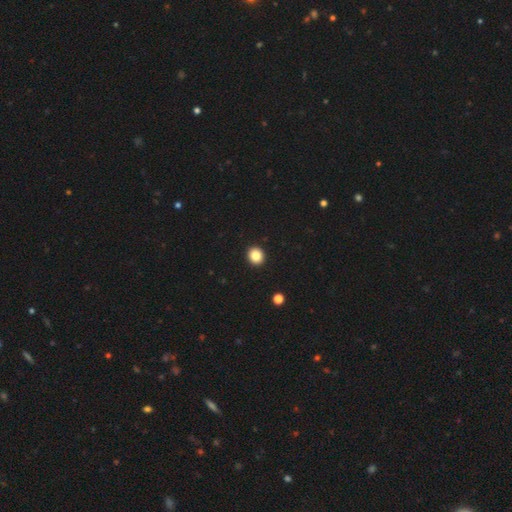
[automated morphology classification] Smooth or featured: smooth — 85% (star or artifact — 11%)
How rounded: round — 85% (in between — 14%)
Merging: none — 94% (minor disturbance — 4%)